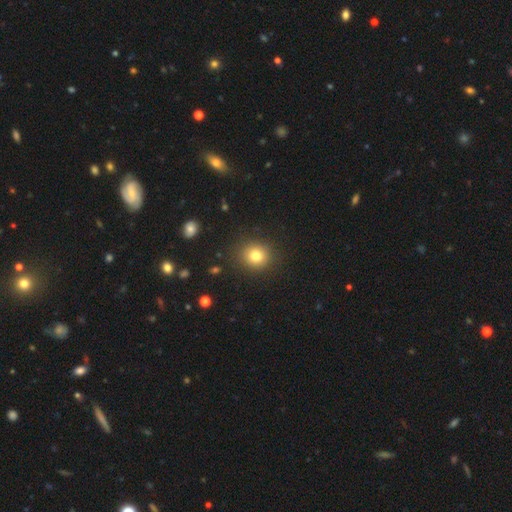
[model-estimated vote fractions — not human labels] smooth-or-featured: smooth: 80% | star or artifact: 12% | featured or disk: 7%
  how-rounded: round: 87% | in between: 12% | cigar-shaped: 1%
  merging: none: 88% | minor disturbance: 7% | major disturbance: 3% | merger: 1%